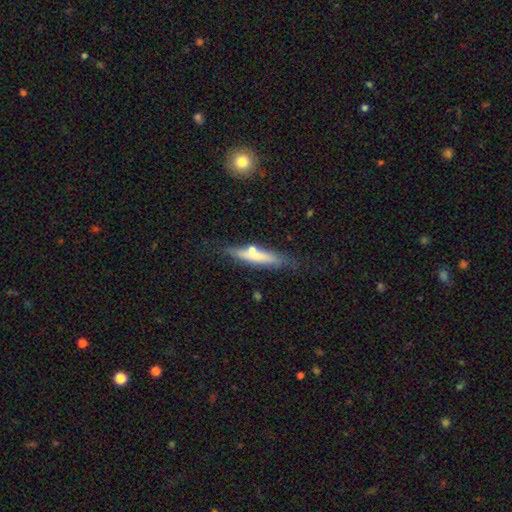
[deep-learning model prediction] Morphology: type=smooth (57%); roundness=cigar-shaped (85%); merging=none (69%).